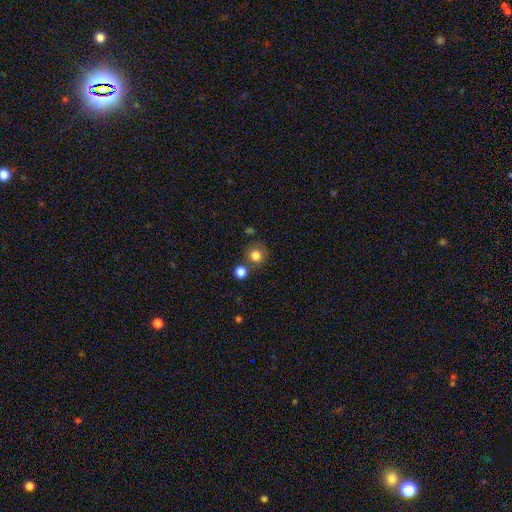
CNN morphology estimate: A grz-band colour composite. It shows a smooth galaxy with no disk features (82%) that is round (90%). Merging: none (70%).